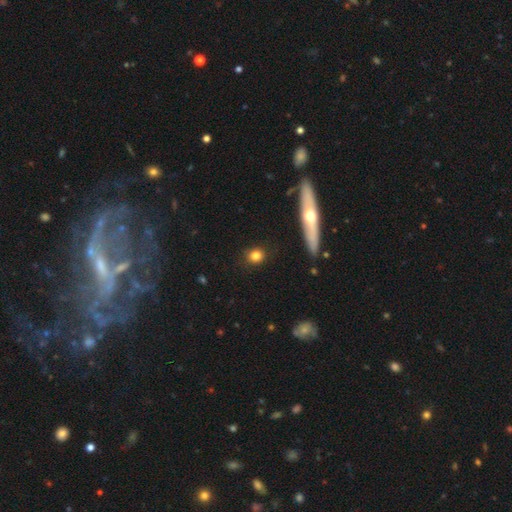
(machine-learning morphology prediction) This is clearly a smooth galaxy (81%). How rounded: likely round (76%). Merging: clearly none (86%).